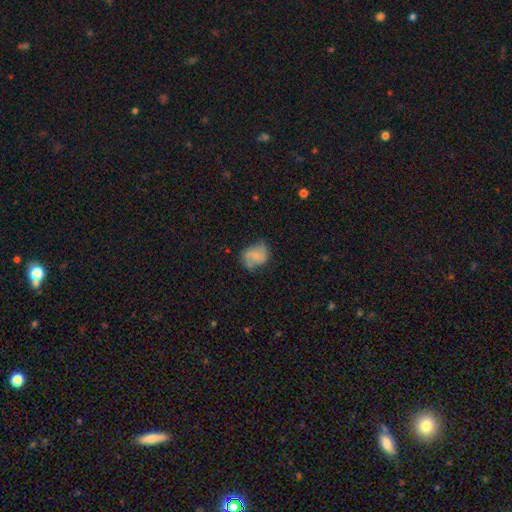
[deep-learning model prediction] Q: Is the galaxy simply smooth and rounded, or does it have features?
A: featured or disk — 47%.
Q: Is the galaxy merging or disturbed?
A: none — 60%.